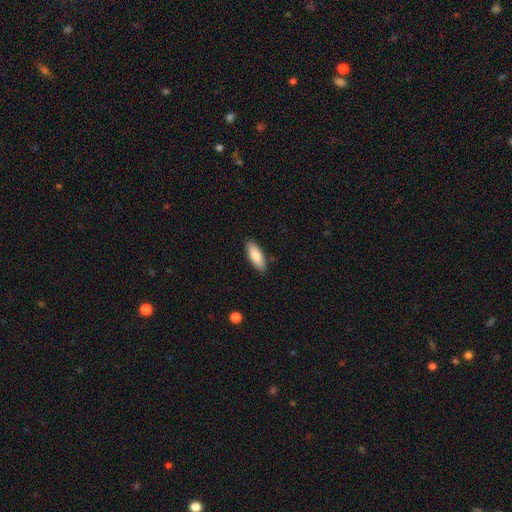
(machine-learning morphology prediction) This is clearly a smooth galaxy (83%). How rounded: likely in between (65%). Merging: clearly none (88%).